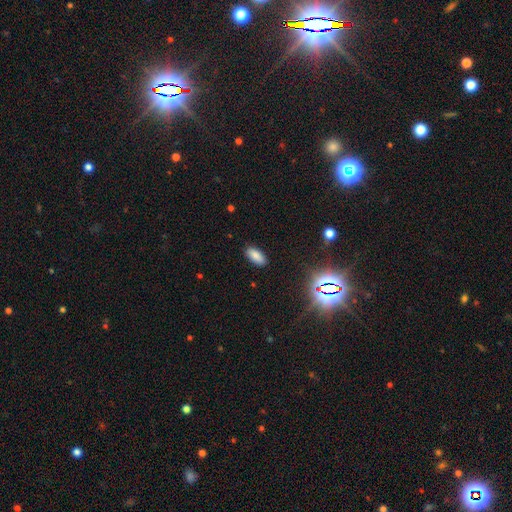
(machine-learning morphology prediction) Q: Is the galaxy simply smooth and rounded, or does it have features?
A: smooth — 83%.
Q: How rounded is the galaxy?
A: in between — 88%.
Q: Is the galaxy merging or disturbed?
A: none — 88%.